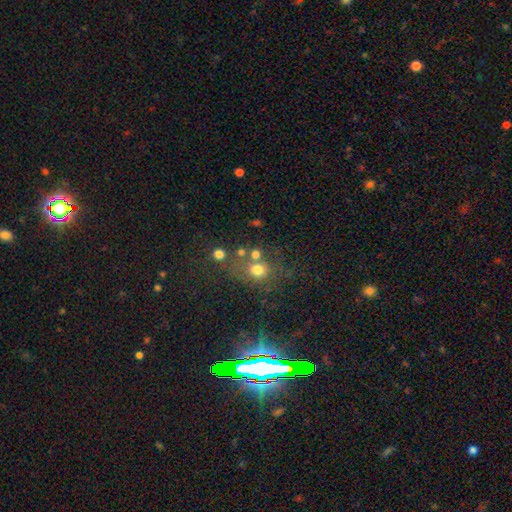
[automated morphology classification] This appears to be a smooth galaxy with no disk features (57%) that is round (76%). Merging: none (58%).